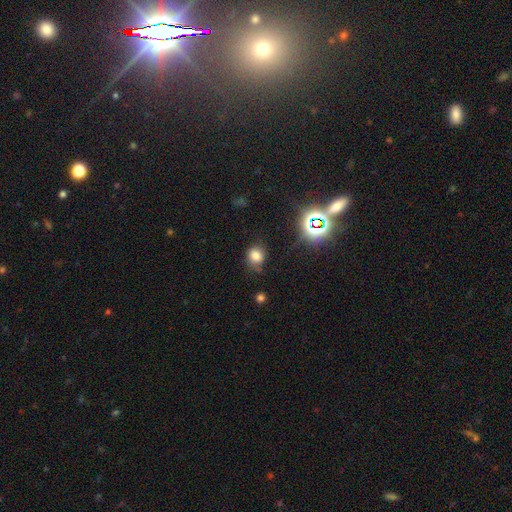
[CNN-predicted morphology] Smooth or featured? Predicted: smooth (p=0.73). How rounded? Predicted: round (p=0.68). Merging? Predicted: none (p=0.65).